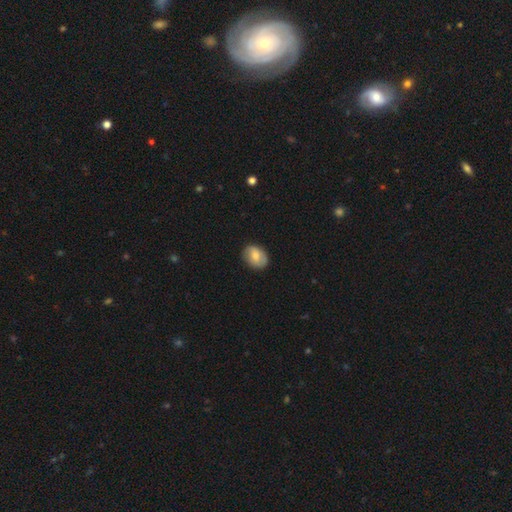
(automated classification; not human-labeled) Smooth or featured: smooth — 71% (featured or disk — 22%)
How rounded: in between — 70% (round — 29%)
Merging: none — 83% (minor disturbance — 14%)